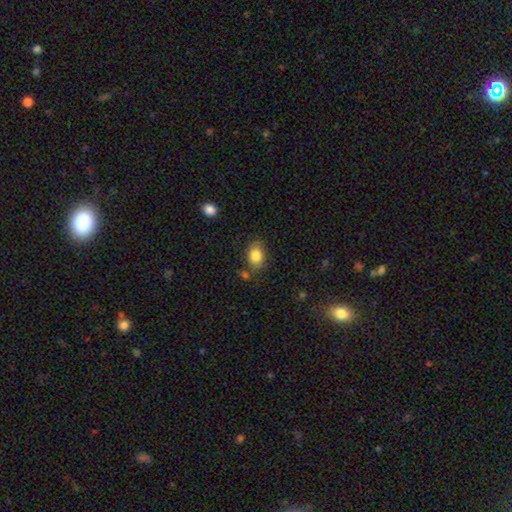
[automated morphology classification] This is clearly a smooth galaxy (84%). How rounded: likely in between (73%). Merging: likely none (76%).